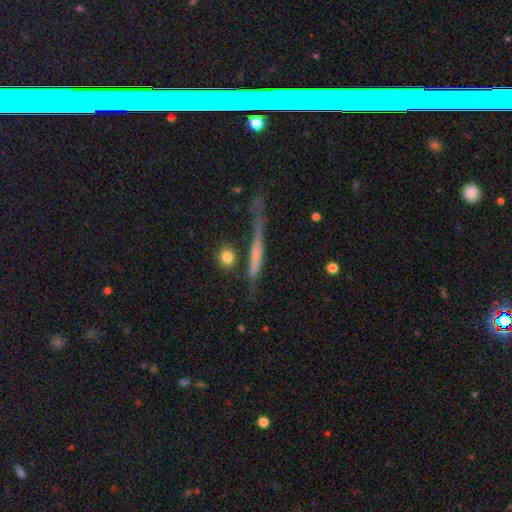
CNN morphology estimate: smooth_or_featured: smooth (p=0.46) [alt: featured or disk p=0.45]
merging: none (p=0.56) [alt: minor disturbance p=0.22]